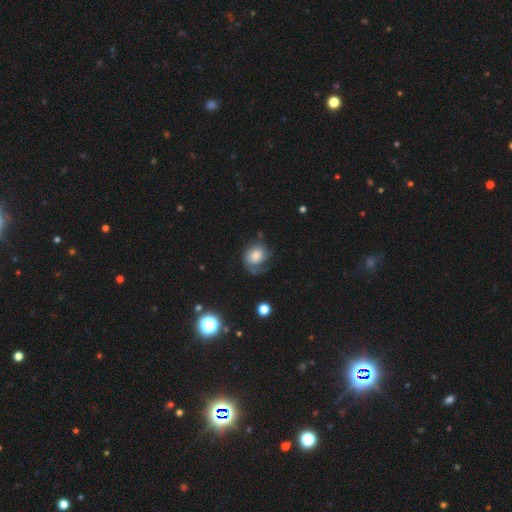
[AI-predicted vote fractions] The model was most divided on "smooth or featured": smooth: 55%, featured or disk: 36%, star or artifact: 10%. Remaining: how rounded — round (62%); merging — none (49%).